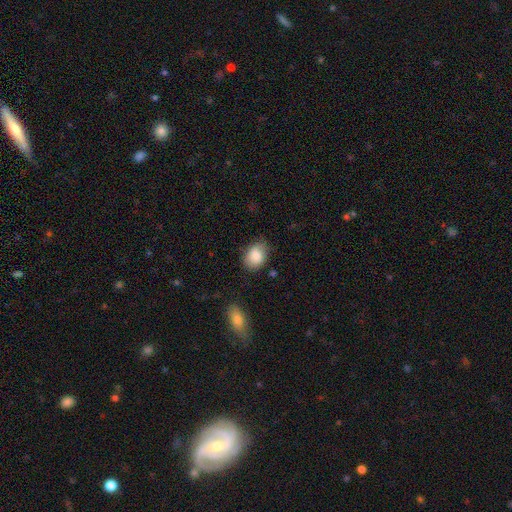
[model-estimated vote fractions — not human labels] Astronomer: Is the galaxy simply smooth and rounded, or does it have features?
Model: smooth — 86%.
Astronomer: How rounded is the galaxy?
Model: in between — 71%.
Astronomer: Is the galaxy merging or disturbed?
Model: none — 69%.